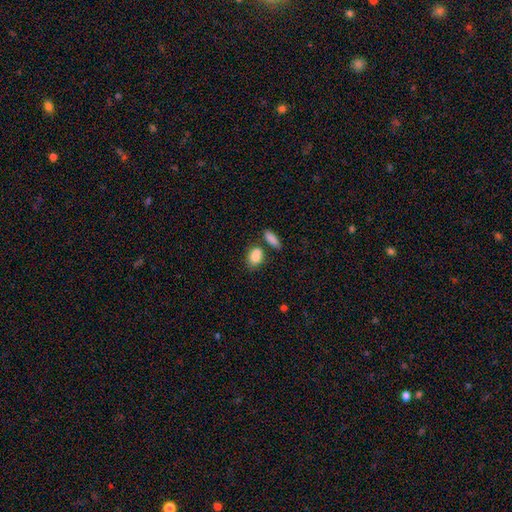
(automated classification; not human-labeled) smooth 86%, star or artifact 8%, featured or disk 7%. Down the decision tree: how rounded — in between (78%); merging — none (50%).